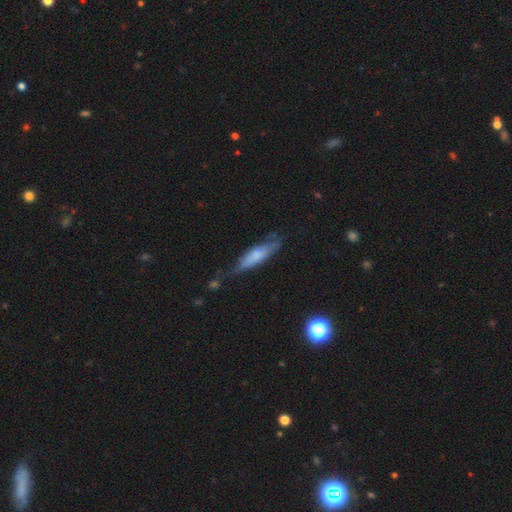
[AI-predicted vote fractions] This appears to be a smooth galaxy with no disk features (56%) that is cigar-shaped (68%). Merging: none (54%).